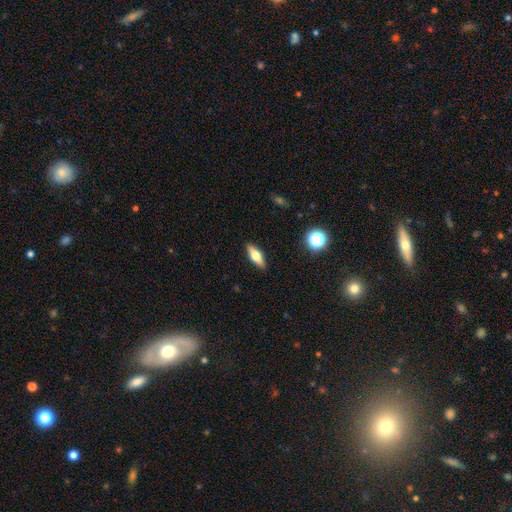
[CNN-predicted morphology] Overall: smooth (56%; featured or disk 36%). How rounded: in between (59%; cigar-shaped 37%). Merging: none (89%).